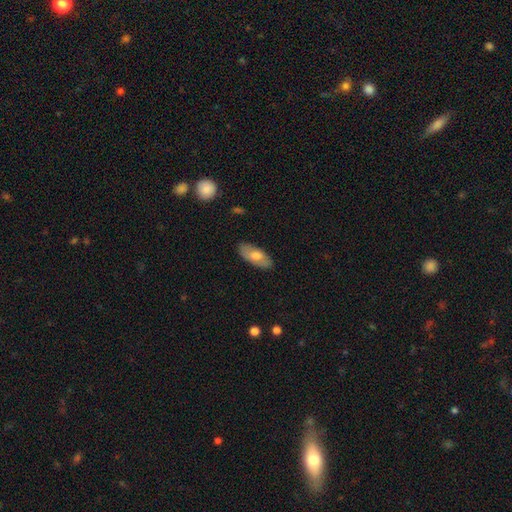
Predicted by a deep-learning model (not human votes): Smooth or featured: smooth — 66% (featured or disk — 28%)
How rounded: in between — 87% (cigar-shaped — 11%)
Merging: none — 85% (minor disturbance — 12%)